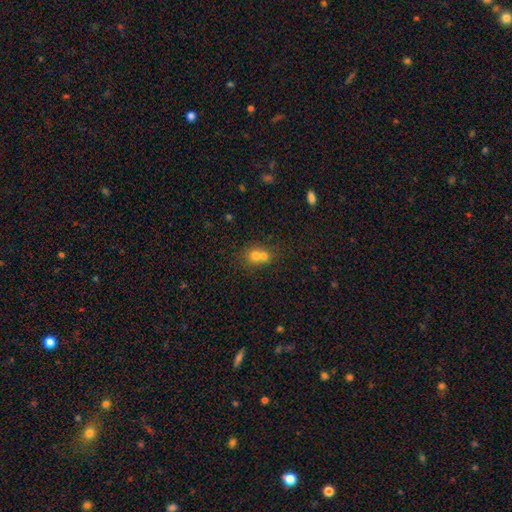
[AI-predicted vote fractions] smooth 69%, featured or disk 18%, star or artifact 14%. Down the decision tree: how rounded — round (77%); merging — merger (64%).